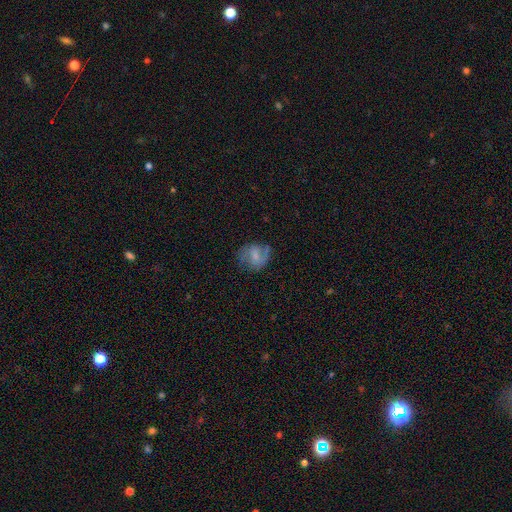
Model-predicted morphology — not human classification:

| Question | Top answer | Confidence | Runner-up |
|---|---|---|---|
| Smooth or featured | featured or disk | 56% | smooth (36%) |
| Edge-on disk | no | 97% | yes (3%) |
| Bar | weak | 50% | no (34%) |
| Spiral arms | yes | 84% | no (16%) |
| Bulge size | small | 43% | moderate (32%) |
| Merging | none | 63% | minor disturbance (22%) |